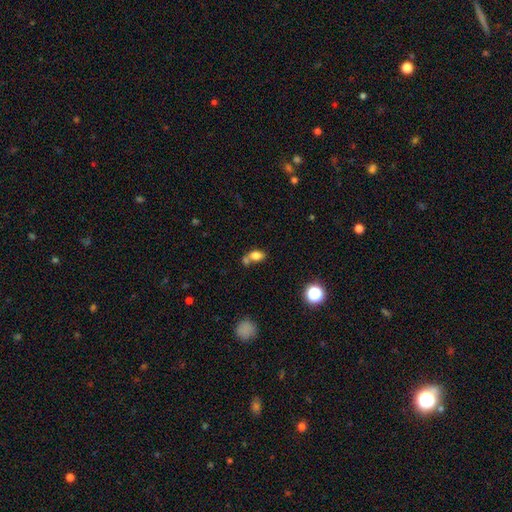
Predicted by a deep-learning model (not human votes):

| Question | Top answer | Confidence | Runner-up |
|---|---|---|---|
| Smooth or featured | smooth | 79% | star or artifact (11%) |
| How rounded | in between | 79% | round (18%) |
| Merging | none | 42% | merger (40%) |